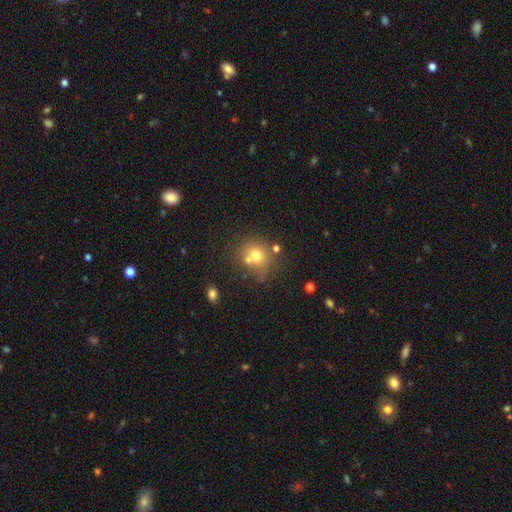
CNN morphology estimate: Smooth or featured? Predicted: smooth (p=0.68). How rounded? Predicted: round (p=0.80). Merging? Predicted: none (p=0.54).